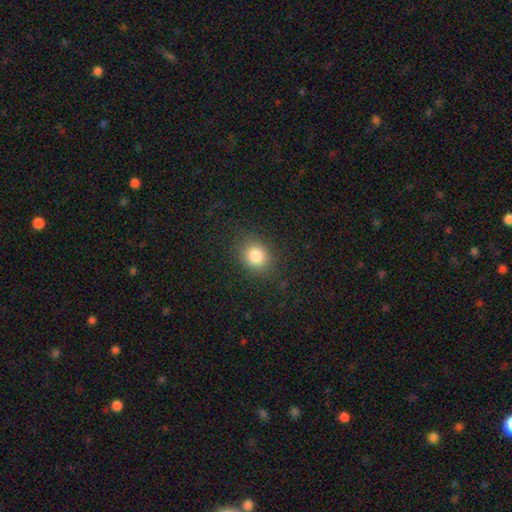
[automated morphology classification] A smooth galaxy with no disk features (83%) that is round (67%). Merging: none (86%).